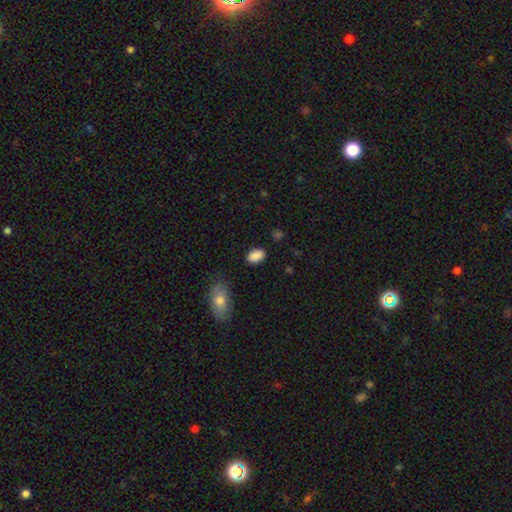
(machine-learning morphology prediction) smooth 89%, star or artifact 8%, featured or disk 4%. Down the decision tree: how rounded — in between (91%); merging — none (85%).